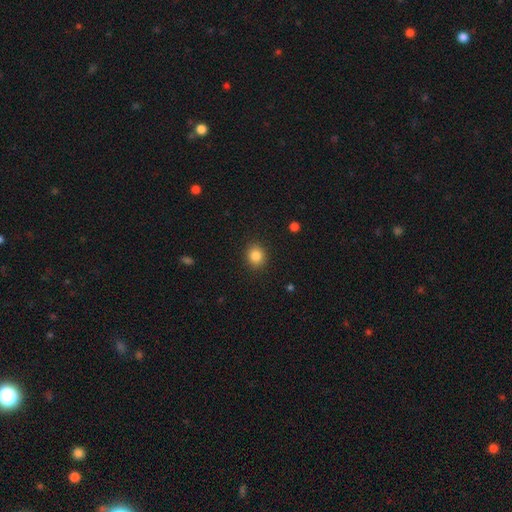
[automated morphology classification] This appears to be a smooth galaxy with no disk features (85%) that is round (73%). Merging: none (90%).